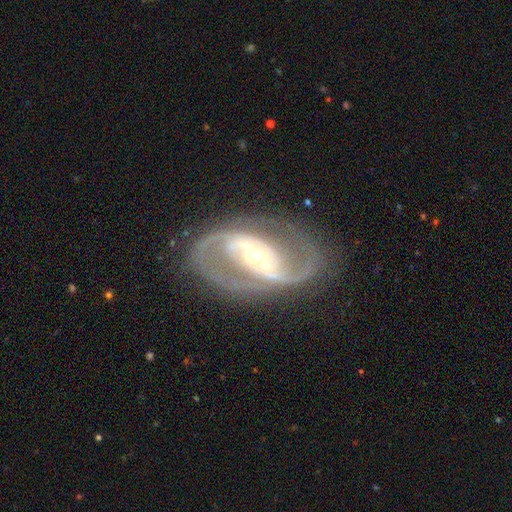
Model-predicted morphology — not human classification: smooth_or_featured: featured or disk (p=0.91) [alt: star or artifact p=0.05]
disk_edge_on: no (p=0.96) [alt: yes p=0.04]
bar: strong (p=0.40) [alt: weak p=0.36]
has_spiral_arms: yes (p=0.96) [alt: no p=0.04]
spiral_winding: medium (p=0.55) [alt: loose p=0.23]
spiral_arm_count: 2 (p=0.90) [alt: can't tell p=0.03]
bulge_size: moderate (p=0.52) [alt: small p=0.40]
merging: none (p=0.77) [alt: minor disturbance p=0.13]